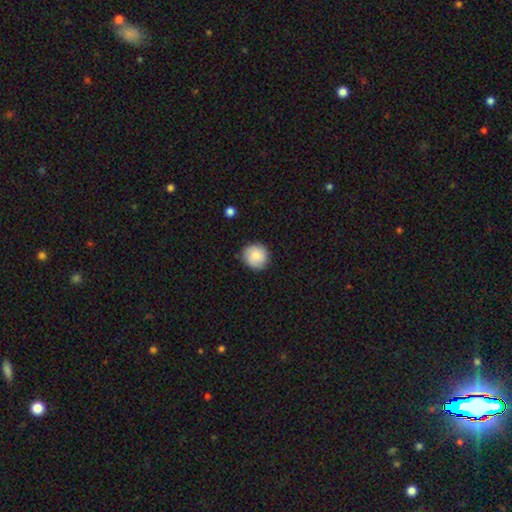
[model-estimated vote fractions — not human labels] Morphology: type=smooth (83%); roundness=round (91%); merging=none (84%).